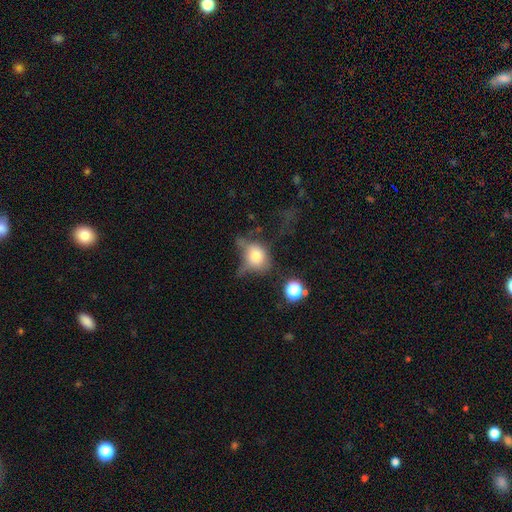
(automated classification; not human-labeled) smooth-or-featured: smooth: 67% | featured or disk: 21% | star or artifact: 12%
  how-rounded: round: 57% | in between: 42% | cigar-shaped: 2%
  merging: major disturbance: 38% | none: 28% | minor disturbance: 26% | merger: 9%